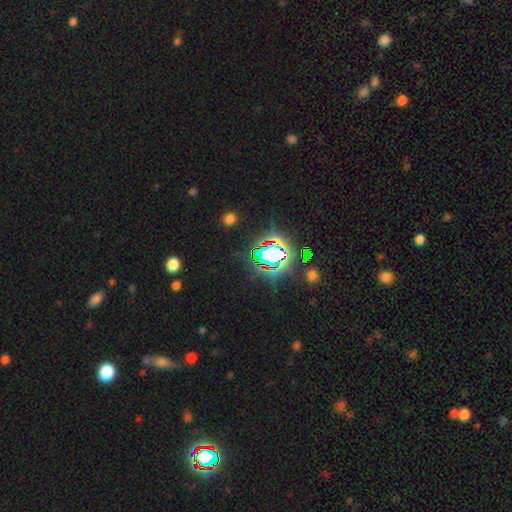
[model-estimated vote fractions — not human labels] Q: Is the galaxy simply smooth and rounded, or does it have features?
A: star or artifact — 78%.